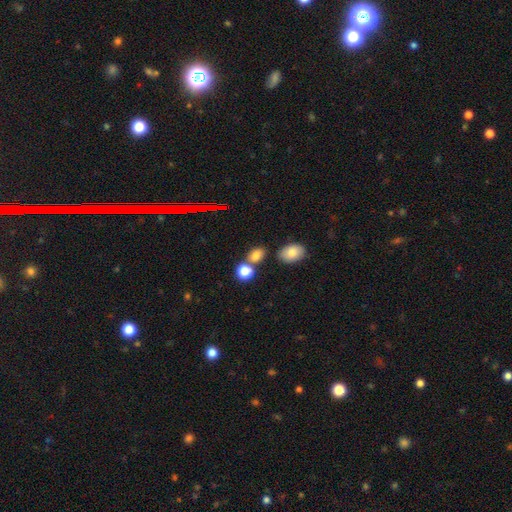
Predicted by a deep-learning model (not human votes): This is likely a smooth galaxy (79%). How rounded: possibly in between (57%). Merging: possibly none (60%).